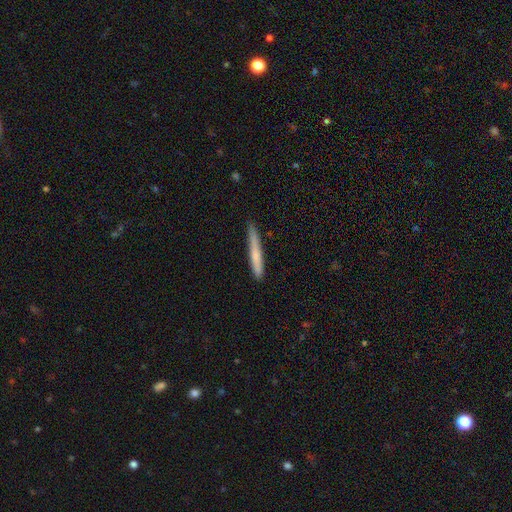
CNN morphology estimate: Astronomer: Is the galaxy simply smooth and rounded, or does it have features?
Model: smooth — 70%.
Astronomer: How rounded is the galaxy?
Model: cigar-shaped — 96%.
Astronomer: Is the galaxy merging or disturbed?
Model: none — 82%.